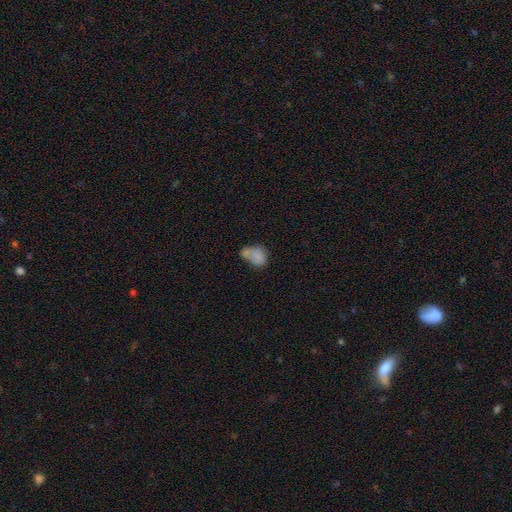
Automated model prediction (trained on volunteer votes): Smooth or featured?
  - smooth: 76% *
  - featured or disk: 14%
  - star or artifact: 10%
How rounded?
  - in between: 75% *
  - round: 23%
  - cigar-shaped: 2%
Merging?
  - merger: 33% *
  - none: 30%
  - minor disturbance: 23%
  - major disturbance: 14%